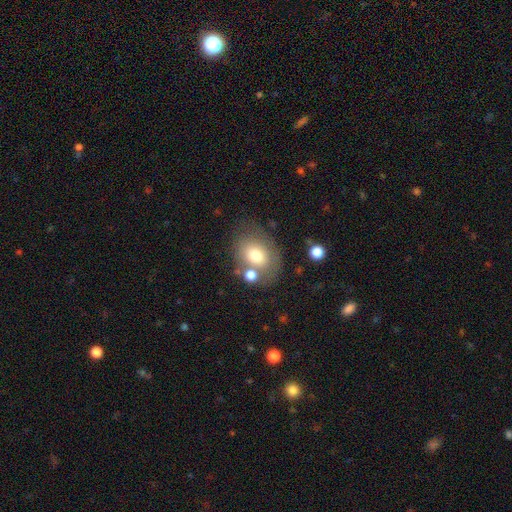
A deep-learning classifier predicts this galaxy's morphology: Q: Smooth or featured?
A: smooth (71%); runner-up: featured or disk (19%)
Q: How rounded?
A: in between (61%); runner-up: round (38%)
Q: Merging?
A: none (61%); runner-up: minor disturbance (17%)